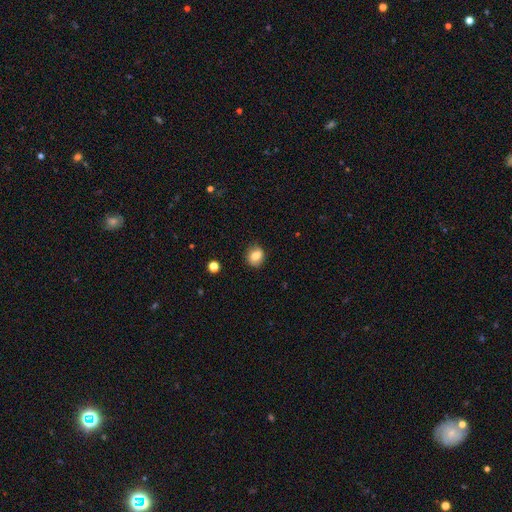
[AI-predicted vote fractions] Q: Smooth or featured?
A: smooth (74%); runner-up: featured or disk (16%)
Q: How rounded?
A: round (59%); runner-up: in between (39%)
Q: Merging?
A: none (82%); runner-up: minor disturbance (14%)